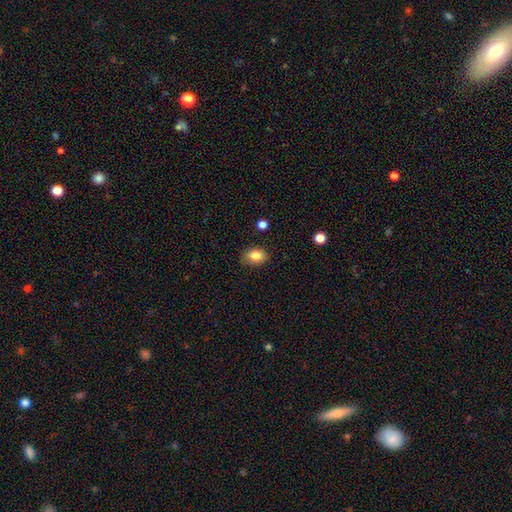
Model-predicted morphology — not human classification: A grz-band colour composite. It shows a smooth galaxy with no disk features (84%) that is in between round and cigar-shaped (78%). Merging: none (84%).